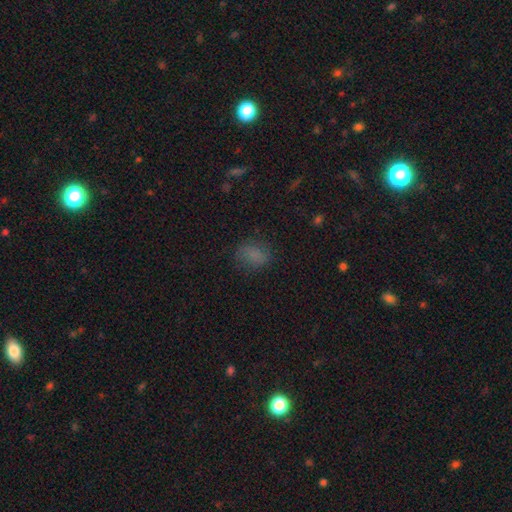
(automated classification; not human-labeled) smooth-or-featured: smooth: 75% | star or artifact: 16% | featured or disk: 9%
  how-rounded: in between: 65% | round: 33% | cigar-shaped: 2%
  merging: none: 72% | minor disturbance: 19% | major disturbance: 7% | merger: 1%